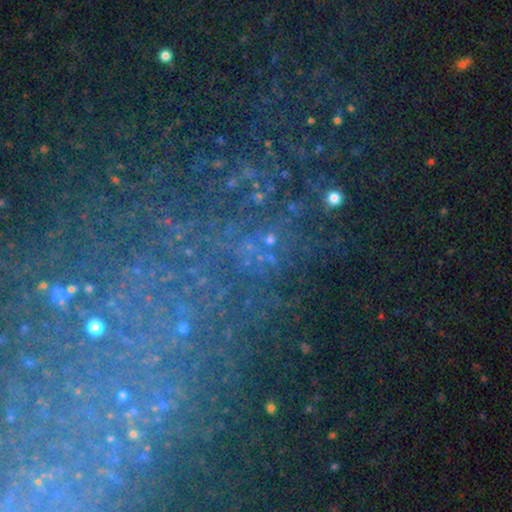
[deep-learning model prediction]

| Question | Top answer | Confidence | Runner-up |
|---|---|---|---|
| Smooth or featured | star or artifact | 64% | featured or disk (20%) |